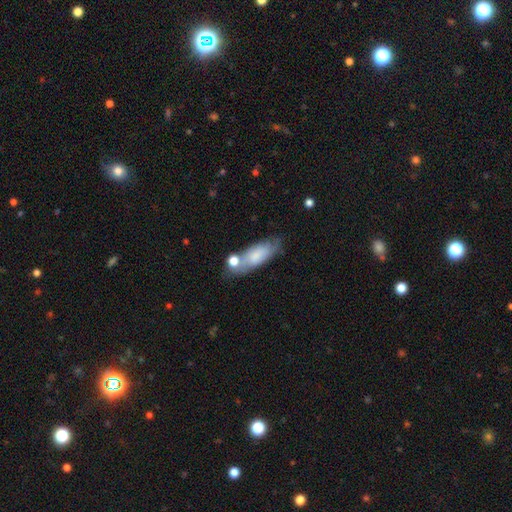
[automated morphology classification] Q: Smooth or featured?
A: smooth (69%); runner-up: featured or disk (24%)
Q: How rounded?
A: in between (69%); runner-up: cigar-shaped (28%)
Q: Merging?
A: none (53%); runner-up: minor disturbance (23%)